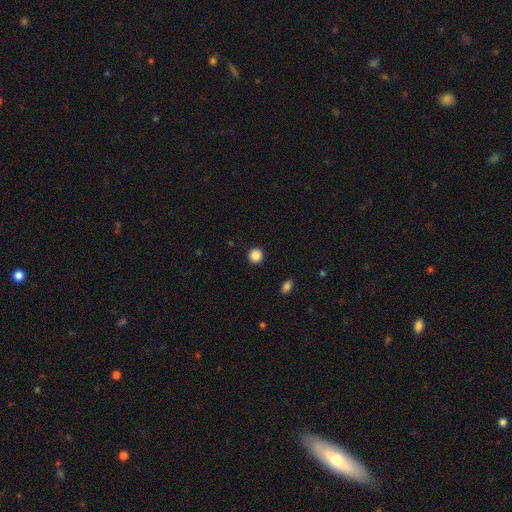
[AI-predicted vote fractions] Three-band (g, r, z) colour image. It shows a smooth galaxy with no disk features (88%) that is round (94%). Merging: none (93%).